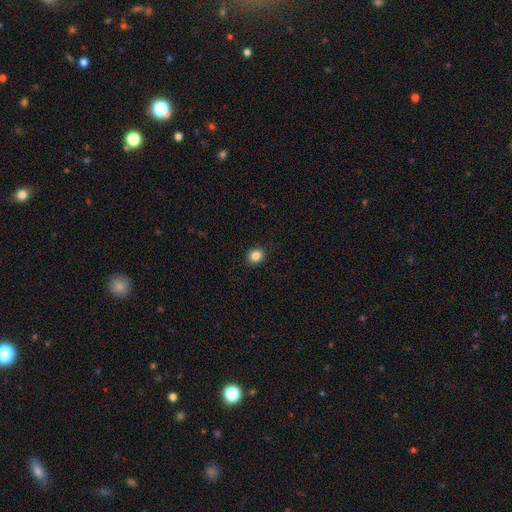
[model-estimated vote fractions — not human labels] smooth 85%, star or artifact 10%, featured or disk 4%. Down the decision tree: how rounded — round (73%); merging — none (90%).